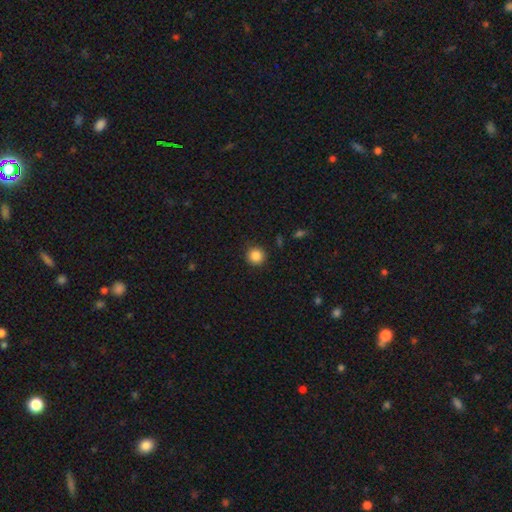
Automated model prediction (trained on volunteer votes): Overall: smooth (86%). How rounded: round (94%). Merging: none (91%).